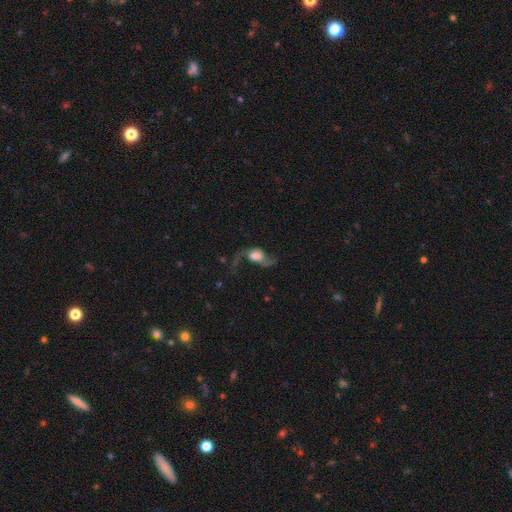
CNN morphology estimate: featured or disk 71%, smooth 20%, star or artifact 9%. Down the decision tree: edge-on disk — no (94%); bar — no (55%); spiral arms — yes (91%); spiral arm count — 2 (88%); spiral winding — loose (86%); bulge size — large (42%); merging — none (49%).